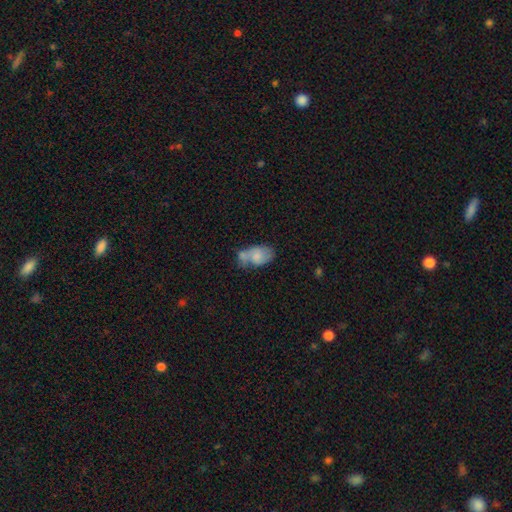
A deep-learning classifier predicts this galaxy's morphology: smooth 62%, featured or disk 30%, star or artifact 8%. Down the decision tree: how rounded — in between (90%); merging — none (33%).